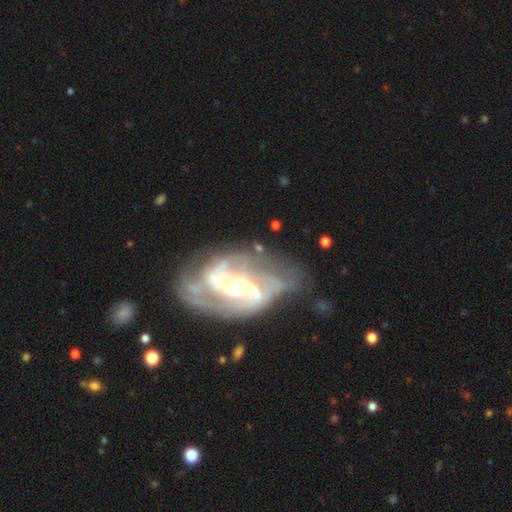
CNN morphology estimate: Smooth or featured? Predicted: featured or disk (p=0.89). Edge-on disk? Predicted: no (p=0.97). Bar? Predicted: no (p=0.40). Spiral arms? Predicted: yes (p=0.96). Spiral winding? Predicted: medium (p=0.46). Spiral arm count? Predicted: 2 (p=0.57). Bulge size? Predicted: small (p=0.52). Merging? Predicted: none (p=0.62).